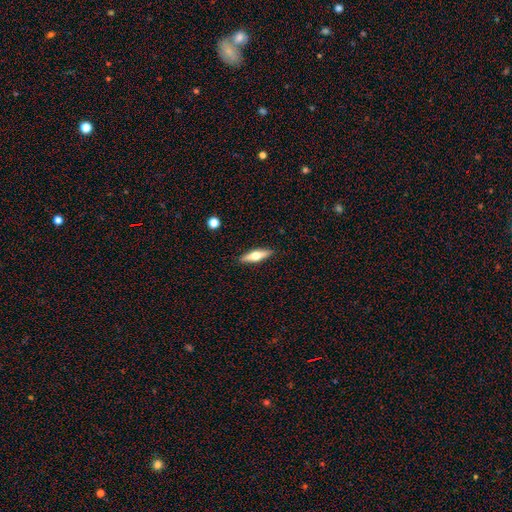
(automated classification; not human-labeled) Smooth or featured? featured or disk (48%)
Merging? none (90%)